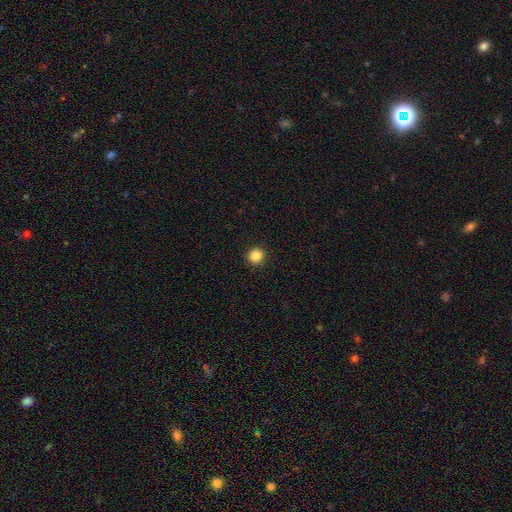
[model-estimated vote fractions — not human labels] A smooth galaxy with no disk features (86%) that is round (91%).

Vote fractions:
- Smooth or featured? smooth: 86% / star or artifact: 11% / featured or disk: 4%
- How rounded? round: 91% / in between: 8% / cigar-shaped: 1%
- Merging? none: 93% / minor disturbance: 5% / major disturbance: 2% / merger: 1%